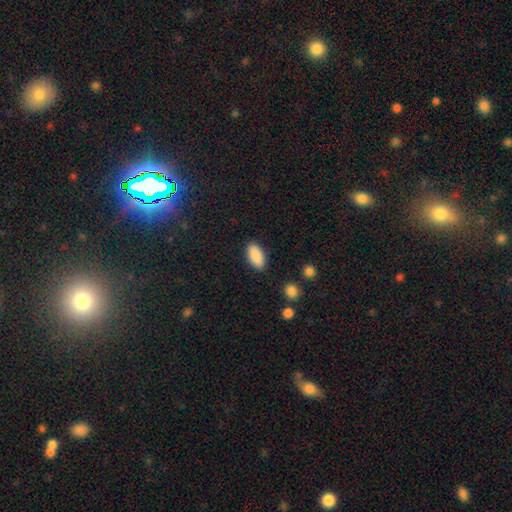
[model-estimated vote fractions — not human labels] smooth-or-featured: smooth: 89% | star or artifact: 6% | featured or disk: 5%
  how-rounded: in between: 90% | cigar-shaped: 7% | round: 2%
  merging: none: 88% | minor disturbance: 8% | major disturbance: 2% | merger: 1%